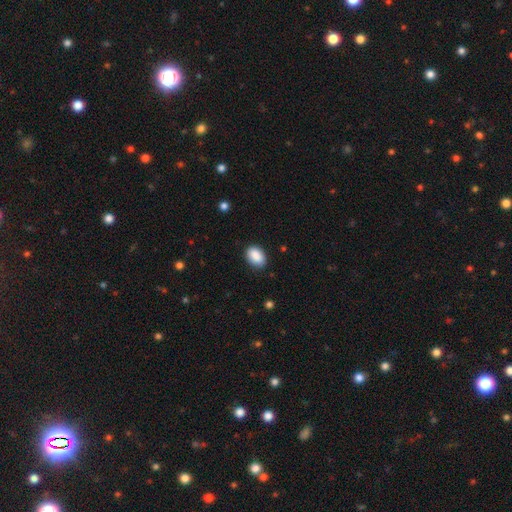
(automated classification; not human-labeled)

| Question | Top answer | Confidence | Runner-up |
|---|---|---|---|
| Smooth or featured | smooth | 89% | star or artifact (7%) |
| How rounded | in between | 87% | round (11%) |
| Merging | none | 86% | minor disturbance (11%) |